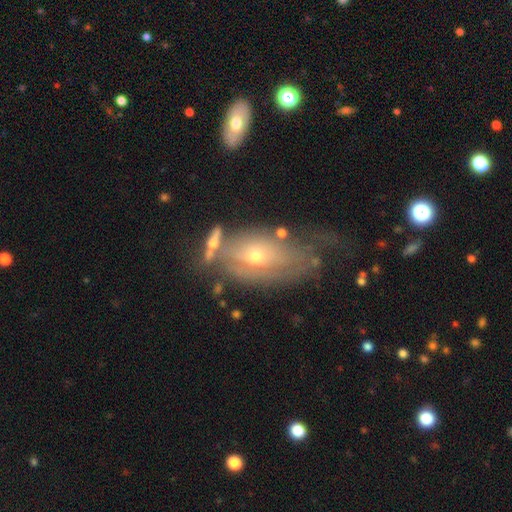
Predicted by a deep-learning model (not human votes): Smooth or featured?
  - featured or disk: 63% *
  - smooth: 26%
  - star or artifact: 11%
Edge-on disk?
  - no: 87% *
  - yes: 13%
Bar?
  - no: 79% *
  - weak: 17%
  - strong: 4%
Spiral arms?
  - yes: 56% *
  - no: 44%
Bulge size?
  - moderate: 49% *
  - small: 46%
  - large: 3%
  - none: 1%
  - dominant: 1%
Merging?
  - none: 35% *
  - minor disturbance: 27%
  - major disturbance: 25%
  - merger: 14%